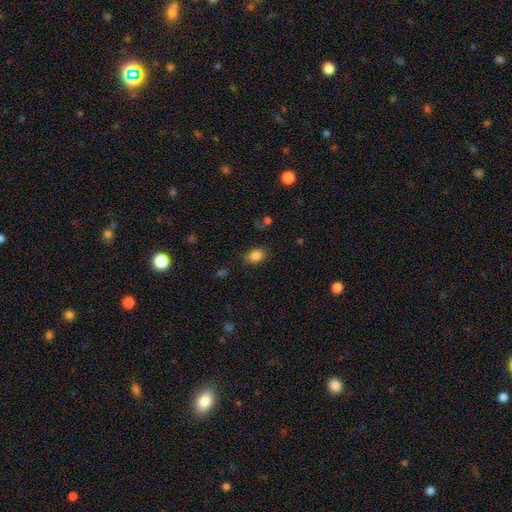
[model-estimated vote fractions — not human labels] A smooth galaxy with no disk features (84%) that is in between round and cigar-shaped (72%).

Vote fractions:
- Smooth or featured? smooth: 84% / star or artifact: 10% / featured or disk: 6%
- How rounded? in between: 72% / round: 27% / cigar-shaped: 1%
- Merging? none: 83% / minor disturbance: 12% / major disturbance: 4% / merger: 1%